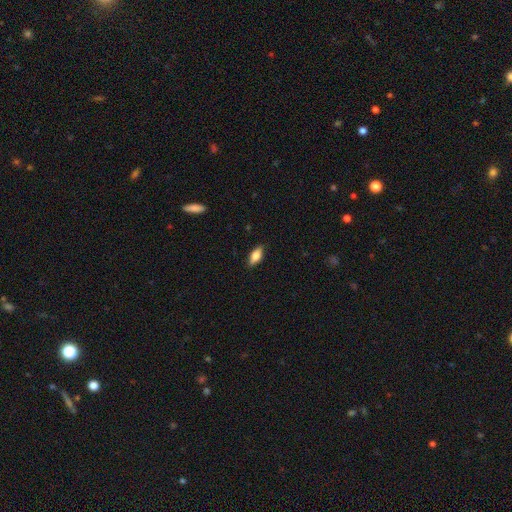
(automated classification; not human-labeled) smooth 75%, featured or disk 18%, star or artifact 7%. Down the decision tree: how rounded — in between (81%); merging — none (87%).